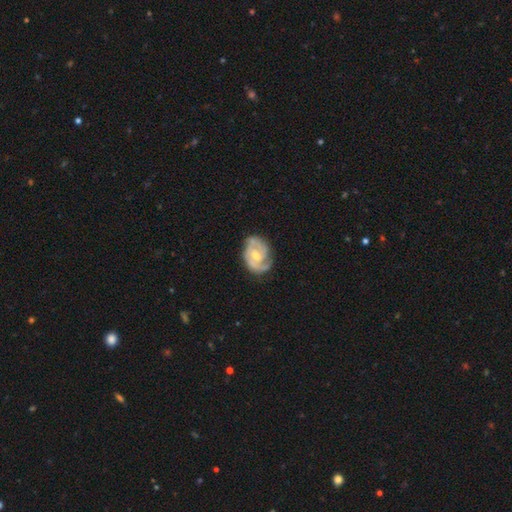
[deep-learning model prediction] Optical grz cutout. It shows a featured or disk galaxy (85%) with a weak bar (51%), 2 (65%) tight (50%) spiral arms (96%) and a moderate central bulge (51%). Merging: none (70%).